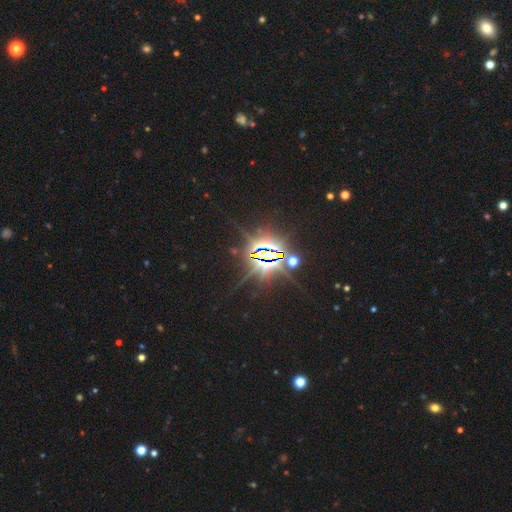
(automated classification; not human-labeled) This appears to be a star or artifact, not a galaxy (87%).